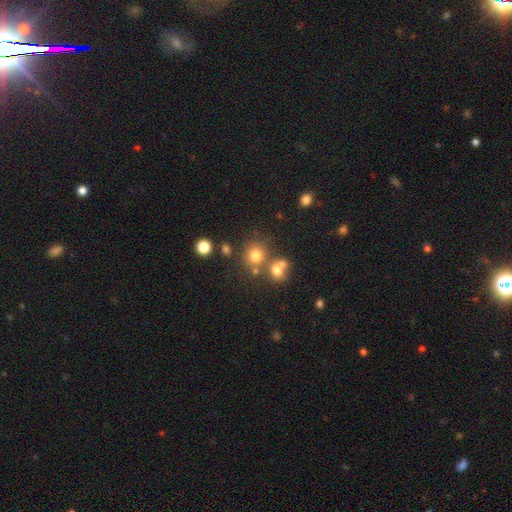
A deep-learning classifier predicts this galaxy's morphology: This is likely a smooth galaxy (73%). How rounded: clearly round (85%). Merging: likely none (64%).